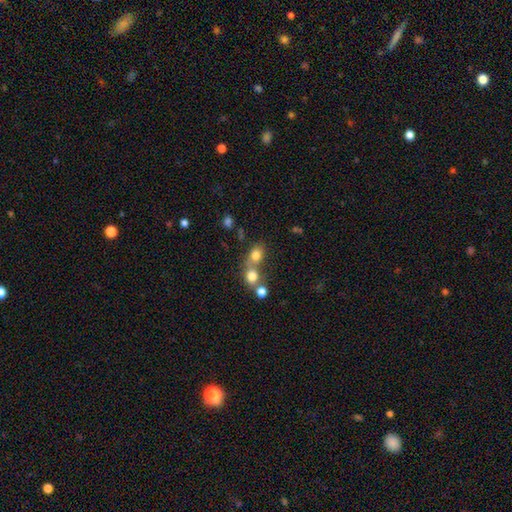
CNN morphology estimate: A smooth galaxy with no disk features (76%) that is round (61%). Merging: merger (55%).